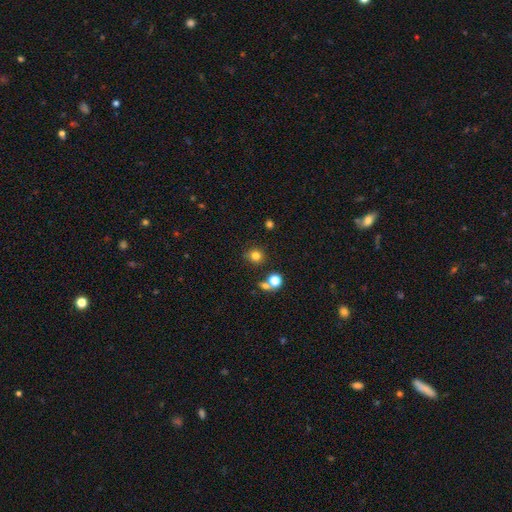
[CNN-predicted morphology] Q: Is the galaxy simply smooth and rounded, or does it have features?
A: smooth — 78%.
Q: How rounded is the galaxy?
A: round — 88%.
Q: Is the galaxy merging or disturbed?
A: none — 80%.